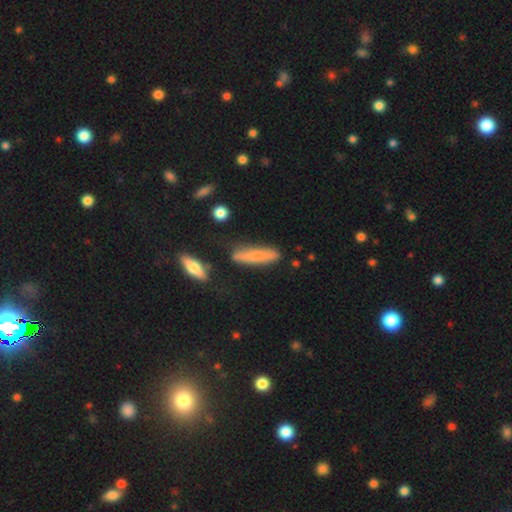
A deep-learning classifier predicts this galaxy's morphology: A smooth galaxy with no disk features (71%) that is cigar-shaped (80%). Merging: none (71%).